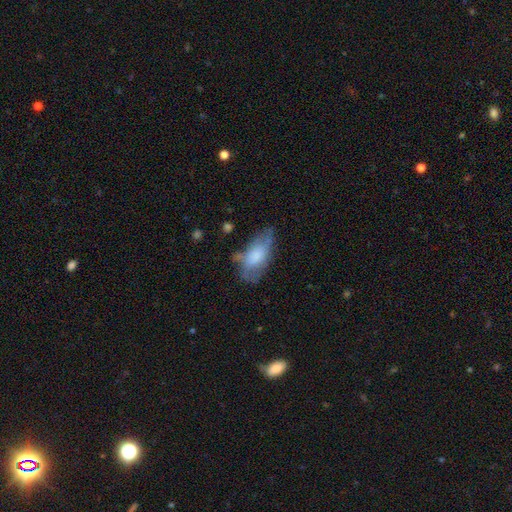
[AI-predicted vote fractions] This appears to be a smooth galaxy with no disk features (65%) that is in between round and cigar-shaped (88%). Merging: none (41%).